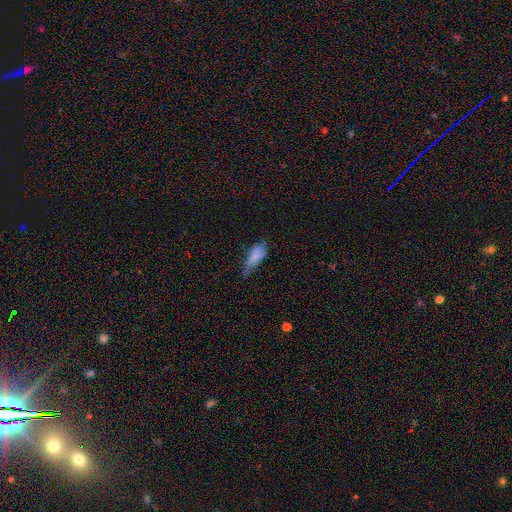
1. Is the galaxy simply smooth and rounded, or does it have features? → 84% smooth, 8% featured or disk, 8% star or artifact.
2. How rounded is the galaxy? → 78% in between, 22% cigar-shaped, 0% round.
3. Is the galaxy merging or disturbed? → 69% minor disturbance, 17% none, 11% major disturbance, 3% merger.